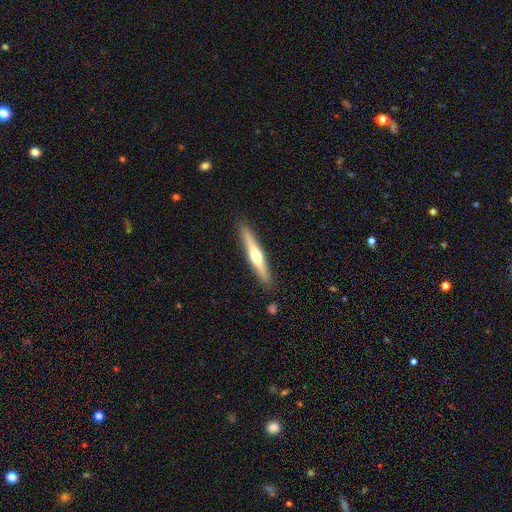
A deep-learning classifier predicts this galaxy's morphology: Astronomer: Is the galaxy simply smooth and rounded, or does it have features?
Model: featured or disk — 60% (runner-up: smooth, 35%).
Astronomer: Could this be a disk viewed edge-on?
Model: yes — 96%.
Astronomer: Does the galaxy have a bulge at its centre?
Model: rounded — 89%.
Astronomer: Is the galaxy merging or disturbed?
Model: none — 90%.